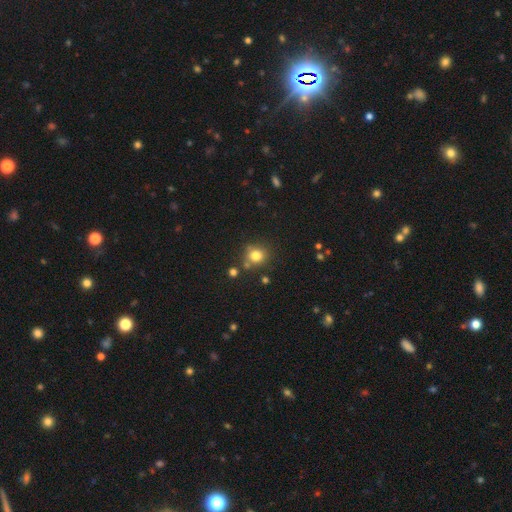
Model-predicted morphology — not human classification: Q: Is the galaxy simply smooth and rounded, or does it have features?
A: smooth — 80%.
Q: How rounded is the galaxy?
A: round — 83%.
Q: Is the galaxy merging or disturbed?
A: none — 74%.